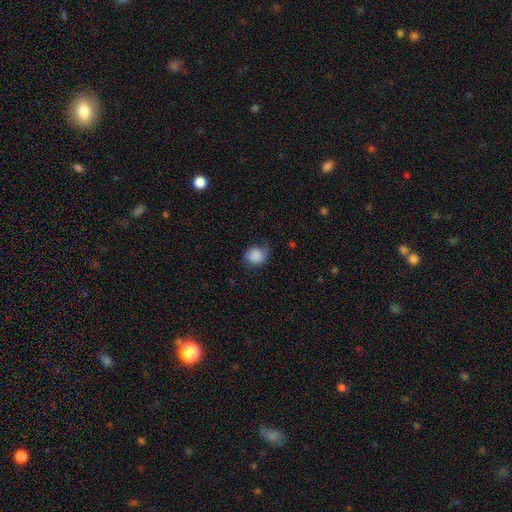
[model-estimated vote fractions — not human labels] Smooth or featured? smooth (84%)
How rounded? round (68%)
Merging? none (64%)